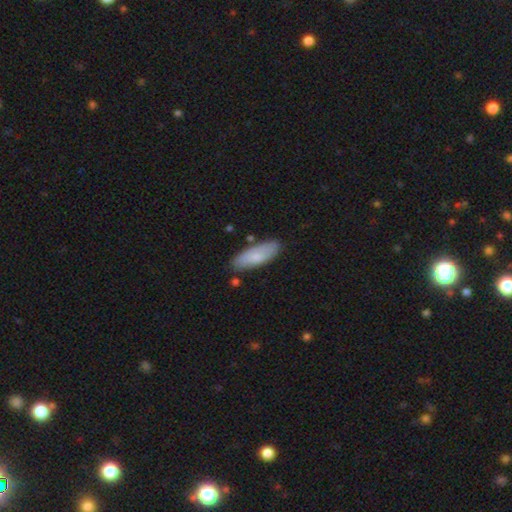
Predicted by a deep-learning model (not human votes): smooth-or-featured: smooth: 78% | featured or disk: 16% | star or artifact: 6%
  how-rounded: in between: 65% | cigar-shaped: 34% | round: 2%
  merging: none: 80% | minor disturbance: 15% | merger: 3% | major disturbance: 3%